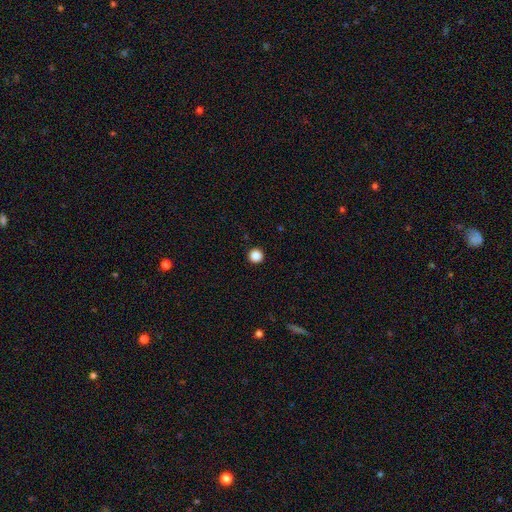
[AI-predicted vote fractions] This is clearly a smooth galaxy (87%). How rounded: clearly round (97%). Merging: clearly none (94%).